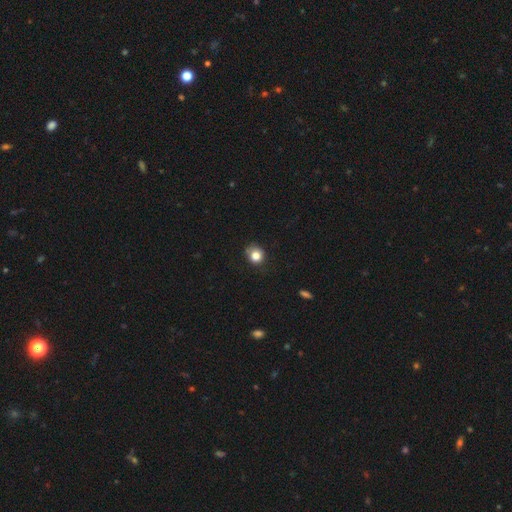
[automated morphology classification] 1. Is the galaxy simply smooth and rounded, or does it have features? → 82% smooth, 11% star or artifact, 7% featured or disk.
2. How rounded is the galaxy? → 79% round, 20% in between, 1% cigar-shaped.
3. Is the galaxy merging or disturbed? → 69% none, 24% minor disturbance, 6% major disturbance, 2% merger.